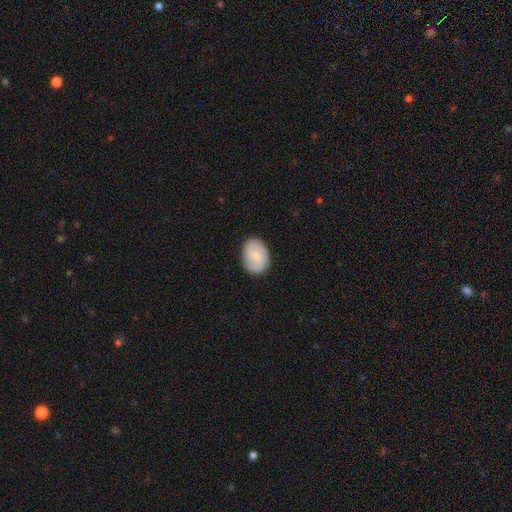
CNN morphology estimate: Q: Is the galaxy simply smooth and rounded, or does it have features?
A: smooth — 66%.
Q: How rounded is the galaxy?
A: in between — 72%.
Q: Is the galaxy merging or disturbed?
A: none — 85%.